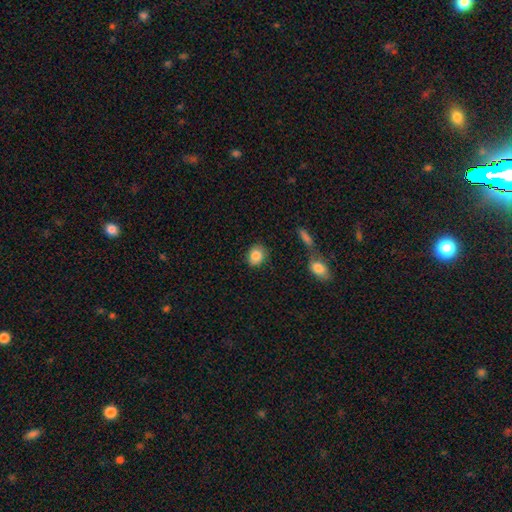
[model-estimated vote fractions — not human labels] smooth-or-featured: smooth: 85% | star or artifact: 8% | featured or disk: 7%
  how-rounded: round: 53% | in between: 46% | cigar-shaped: 1%
  merging: none: 80% | minor disturbance: 14% | major disturbance: 3% | merger: 3%